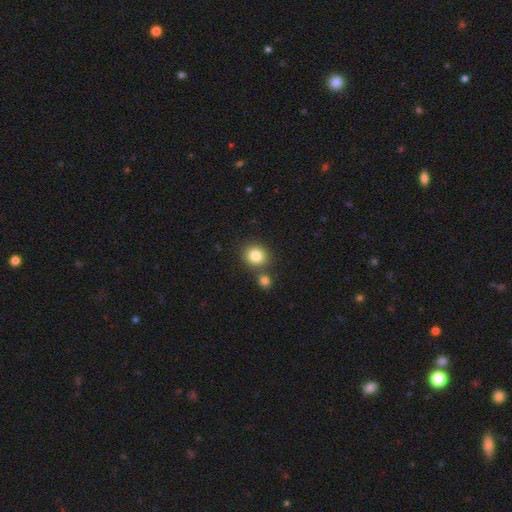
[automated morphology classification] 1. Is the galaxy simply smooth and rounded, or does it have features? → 83% smooth, 10% star or artifact, 7% featured or disk.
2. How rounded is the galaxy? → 82% round, 17% in between, 1% cigar-shaped.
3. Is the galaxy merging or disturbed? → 69% none, 20% merger, 9% minor disturbance, 3% major disturbance.